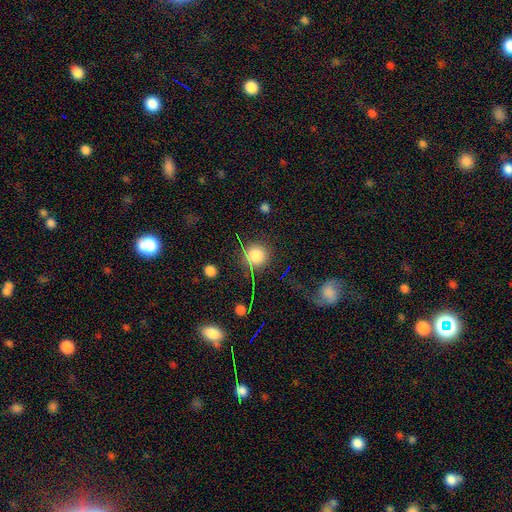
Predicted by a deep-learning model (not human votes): Q: Smooth or featured?
A: smooth (74%); runner-up: star or artifact (18%)
Q: How rounded?
A: round (94%); runner-up: in between (5%)
Q: Merging?
A: none (83%); runner-up: minor disturbance (10%)